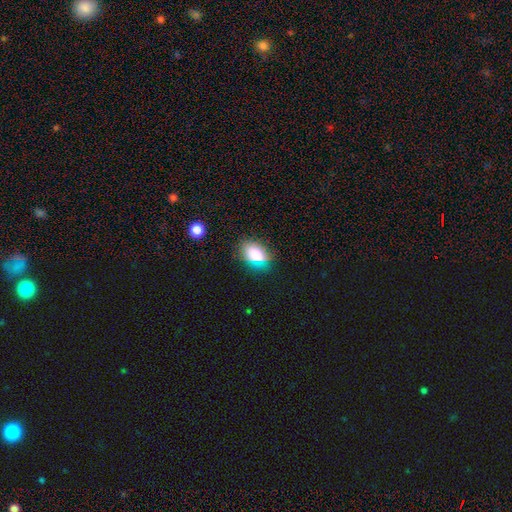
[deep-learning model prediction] Smooth or featured: smooth — 79% (star or artifact — 14%)
How rounded: in between — 79% (round — 18%)
Merging: none — 77% (minor disturbance — 16%)